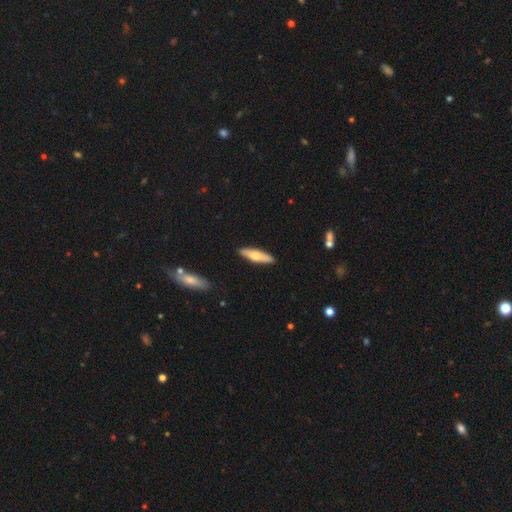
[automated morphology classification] smooth 56%, featured or disk 39%, star or artifact 5%. Down the decision tree: how rounded — cigar-shaped (68%); merging — none (89%).